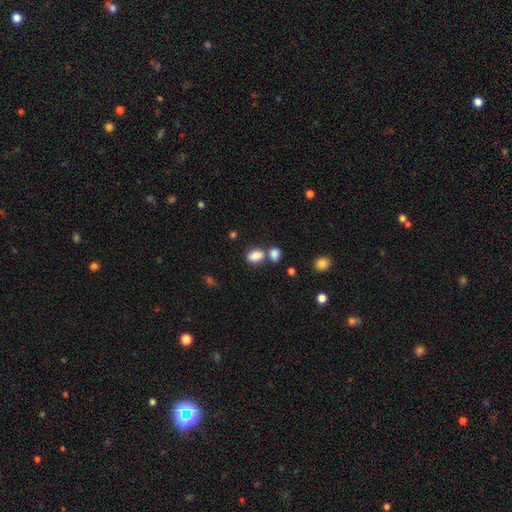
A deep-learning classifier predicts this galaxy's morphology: Smooth or featured? smooth (85%)
How rounded? in between (77%)
Merging? none (46%)